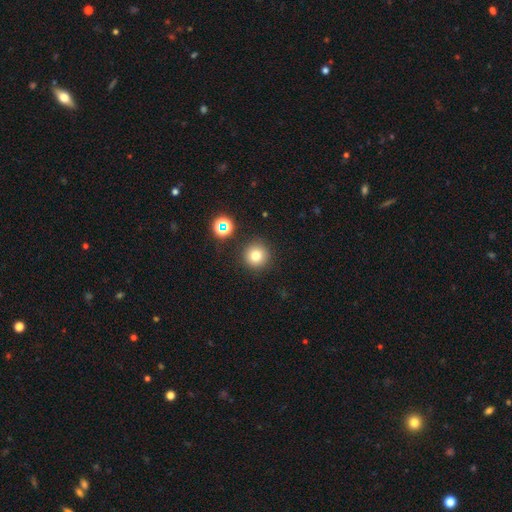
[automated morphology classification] The model was most divided on "smooth or featured": smooth: 77%, star or artifact: 15%, featured or disk: 8%. More confident: how rounded — round (95%); merging — none (89%).